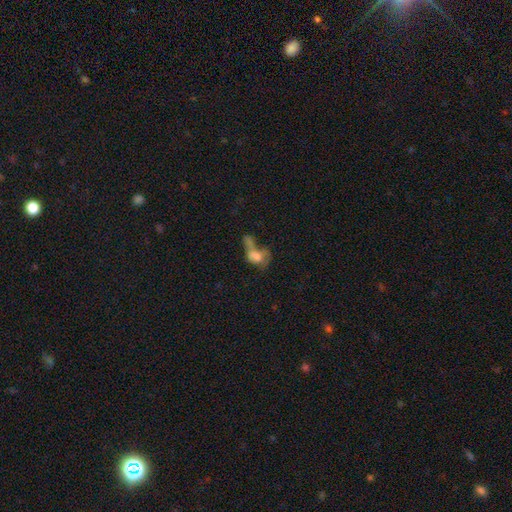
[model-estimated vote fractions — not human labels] This appears to be a smooth galaxy with no disk features (59%) that is in between round and cigar-shaped (74%). Merging: merger (52%).